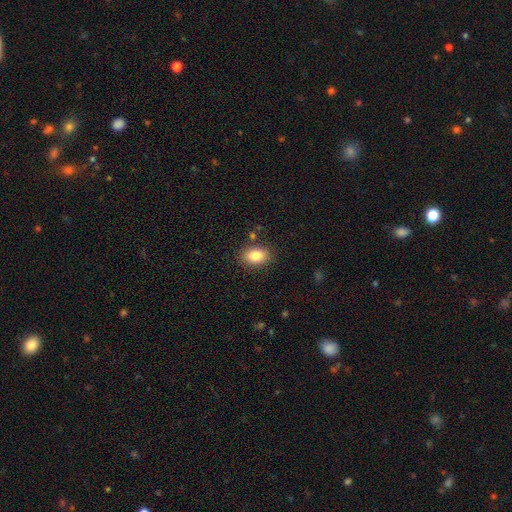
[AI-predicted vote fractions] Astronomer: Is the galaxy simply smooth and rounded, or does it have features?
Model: smooth — 83%.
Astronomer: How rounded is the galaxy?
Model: in between — 78%.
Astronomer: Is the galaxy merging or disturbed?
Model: none — 85%.